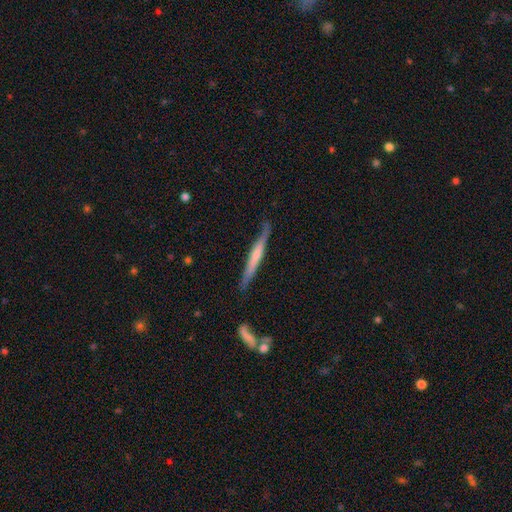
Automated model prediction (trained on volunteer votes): smooth-or-featured: featured or disk: 52% | smooth: 42% | star or artifact: 5%
  disk-edge-on: yes: 94% | no: 6%
  merging: none: 77% | minor disturbance: 17% | major disturbance: 3% | merger: 3%